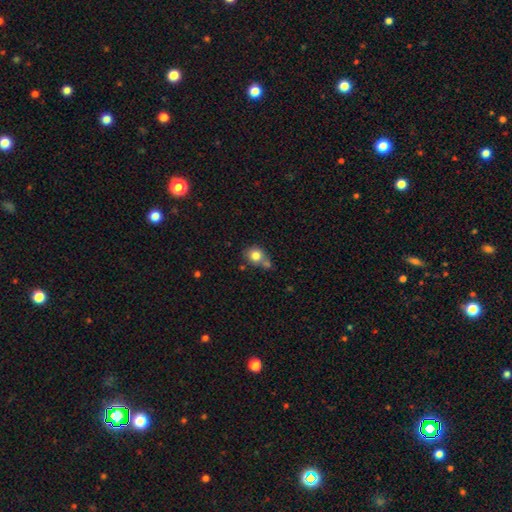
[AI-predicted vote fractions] Smooth or featured?
  - smooth: 81% *
  - star or artifact: 10%
  - featured or disk: 10%
How rounded?
  - round: 77% *
  - in between: 22%
  - cigar-shaped: 1%
Merging?
  - none: 49% *
  - merger: 30%
  - minor disturbance: 16%
  - major disturbance: 5%